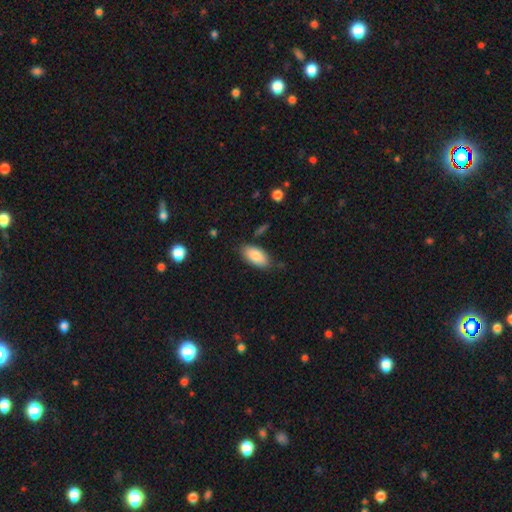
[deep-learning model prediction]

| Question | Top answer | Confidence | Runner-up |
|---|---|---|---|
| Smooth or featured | smooth | 85% | featured or disk (8%) |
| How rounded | in between | 93% | cigar-shaped (5%) |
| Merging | none | 78% | minor disturbance (16%) |